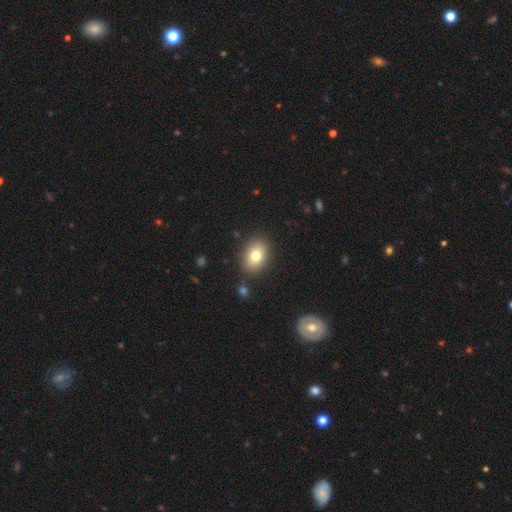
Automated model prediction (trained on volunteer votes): smooth_or_featured: smooth (p=0.78) [alt: featured or disk p=0.12]
how_rounded: in between (p=0.66) [alt: round p=0.33]
merging: none (p=0.86) [alt: minor disturbance p=0.09]